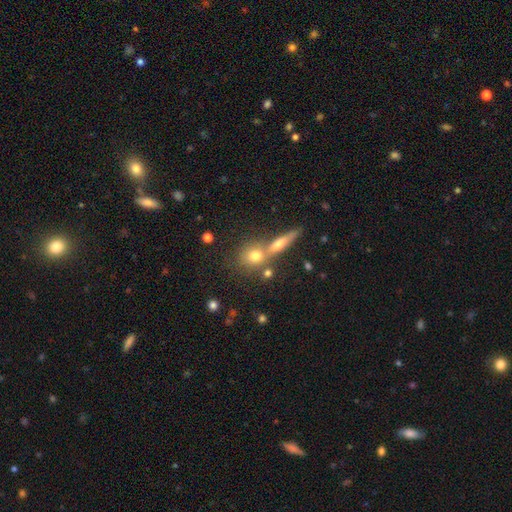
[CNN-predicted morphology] This appears to be a smooth galaxy with no disk features (68%) that is round (69%). Merging: none (56%).